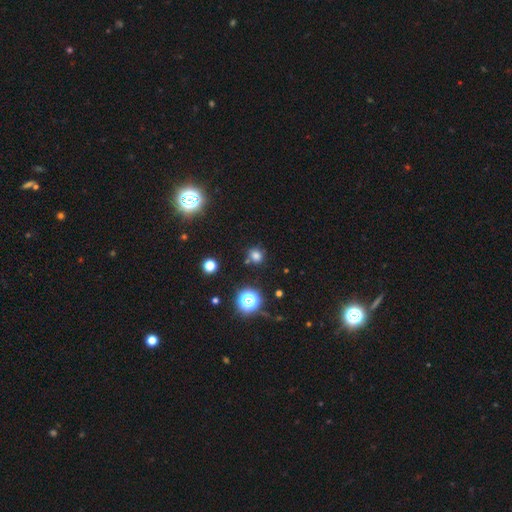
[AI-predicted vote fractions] This is likely a smooth galaxy (73%). How rounded: clearly round (83%). Merging: likely none (77%).